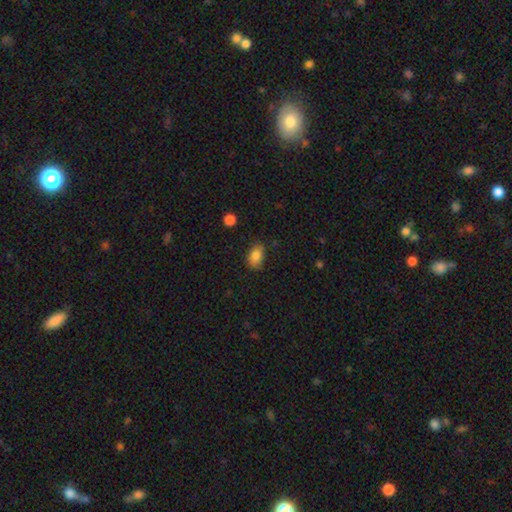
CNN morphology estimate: Smooth or featured: smooth — 85% (star or artifact — 9%)
How rounded: in between — 81% (round — 18%)
Merging: none — 74% (minor disturbance — 20%)